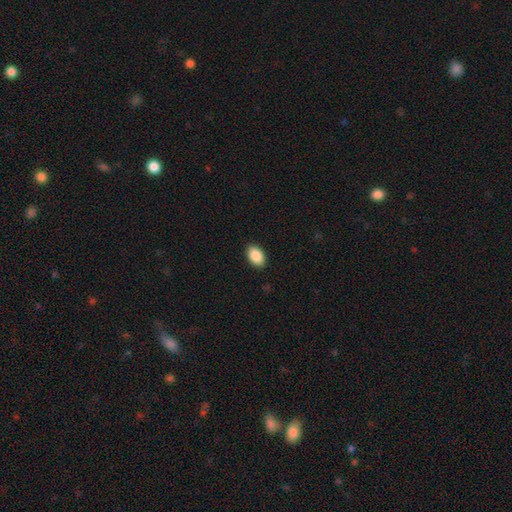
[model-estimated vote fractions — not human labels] The model was most divided on "smooth or featured": smooth: 89%, star or artifact: 7%, featured or disk: 4%. More confident: how rounded — in between (90%); merging — none (90%).